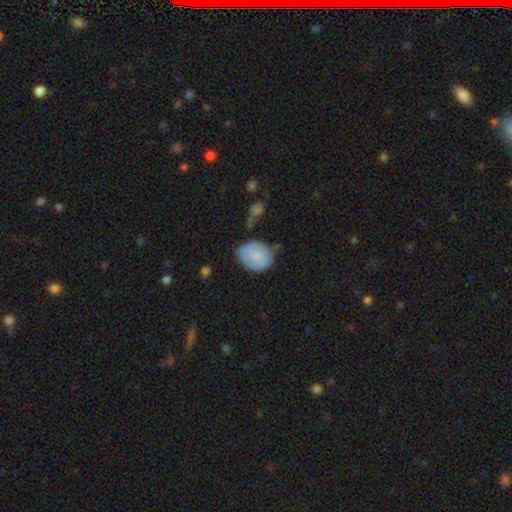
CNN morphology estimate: smooth_or_featured: smooth (p=0.63) [alt: featured or disk p=0.30]
how_rounded: round (p=0.62) [alt: in between p=0.37]
merging: none (p=0.56) [alt: minor disturbance p=0.30]